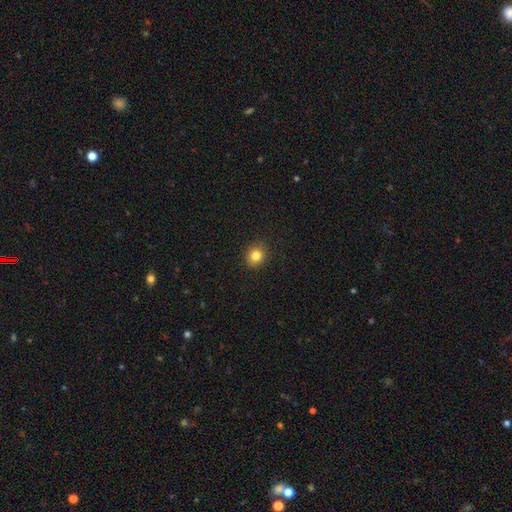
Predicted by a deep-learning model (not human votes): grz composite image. It shows a smooth galaxy with no disk features (82%) that is round (81%). Merging: none (89%).